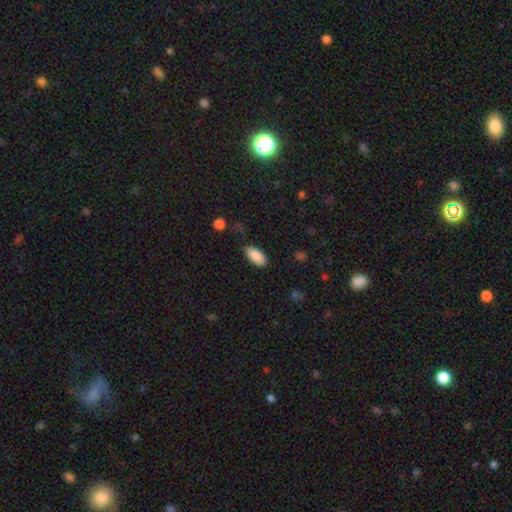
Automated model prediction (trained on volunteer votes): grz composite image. It shows a smooth galaxy with no disk features (89%) that is in between round and cigar-shaped (91%). Merging: none (80%).